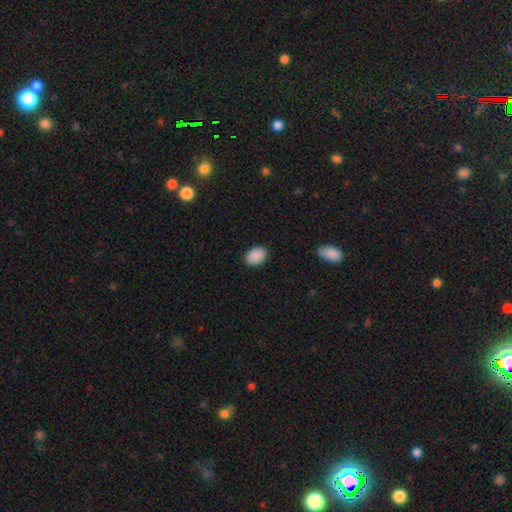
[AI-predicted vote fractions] Q: Smooth or featured?
A: smooth (90%); runner-up: star or artifact (7%)
Q: How rounded?
A: in between (83%); runner-up: round (16%)
Q: Merging?
A: none (89%); runner-up: minor disturbance (8%)